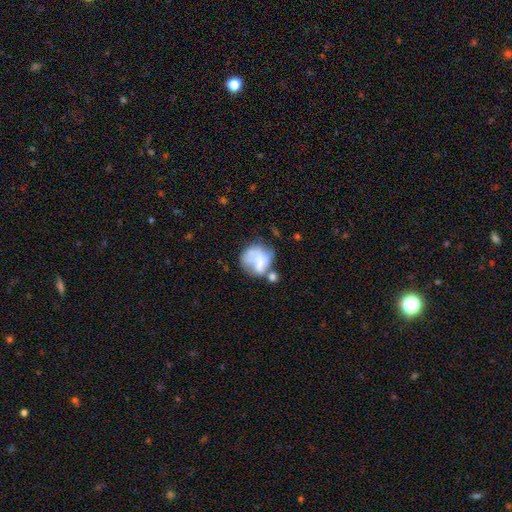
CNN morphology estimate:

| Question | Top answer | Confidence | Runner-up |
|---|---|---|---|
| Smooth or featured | smooth | 54% | featured or disk (36%) |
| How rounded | round | 66% | in between (33%) |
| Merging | none | 32% | major disturbance (24%) |